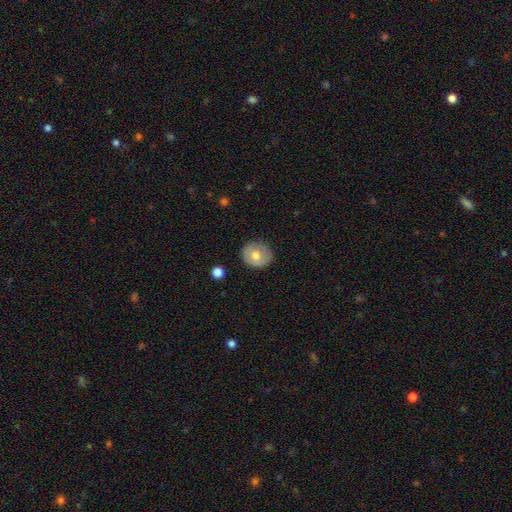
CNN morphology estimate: smooth_or_featured: smooth (p=0.64) [alt: featured or disk p=0.28]
how_rounded: round (p=0.82) [alt: in between p=0.17]
merging: none (p=0.85) [alt: minor disturbance p=0.11]